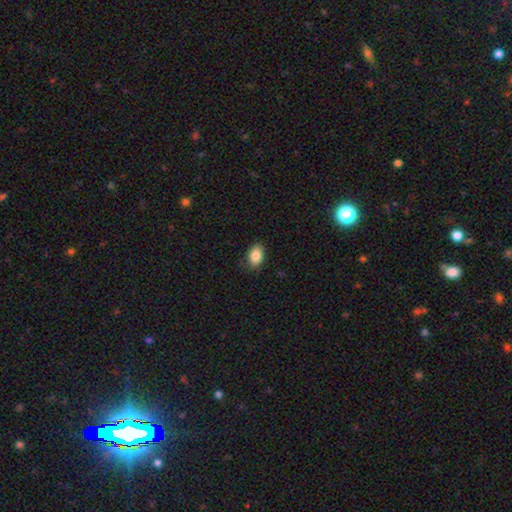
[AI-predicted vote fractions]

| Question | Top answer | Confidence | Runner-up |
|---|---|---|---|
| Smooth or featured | smooth | 87% | star or artifact (8%) |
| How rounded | in between | 87% | round (11%) |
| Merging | none | 81% | minor disturbance (15%) |